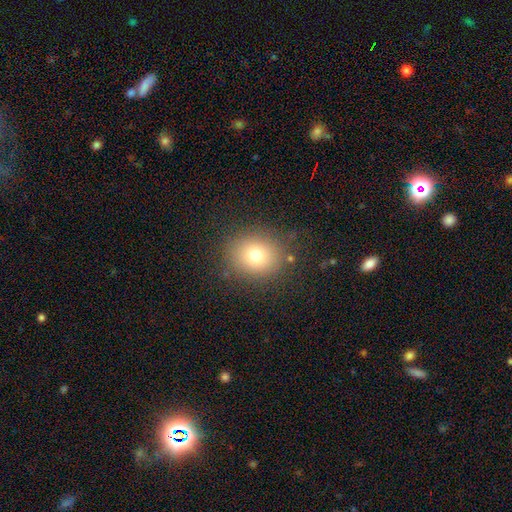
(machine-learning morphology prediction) Smooth or featured? Predicted: smooth (p=0.74). How rounded? Predicted: round (p=0.76). Merging? Predicted: none (p=0.84).